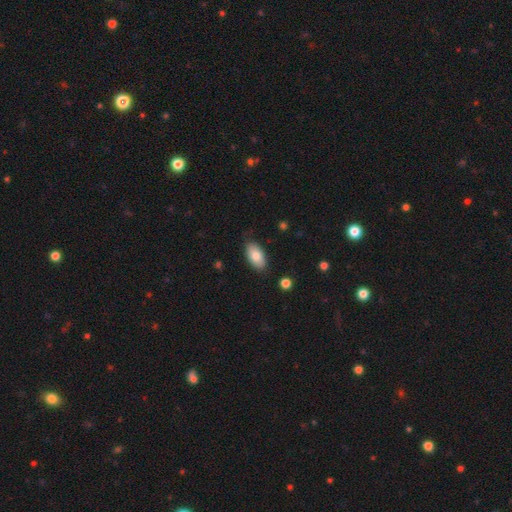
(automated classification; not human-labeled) Smooth or featured? smooth (82%)
How rounded? in between (94%)
Merging? none (83%)